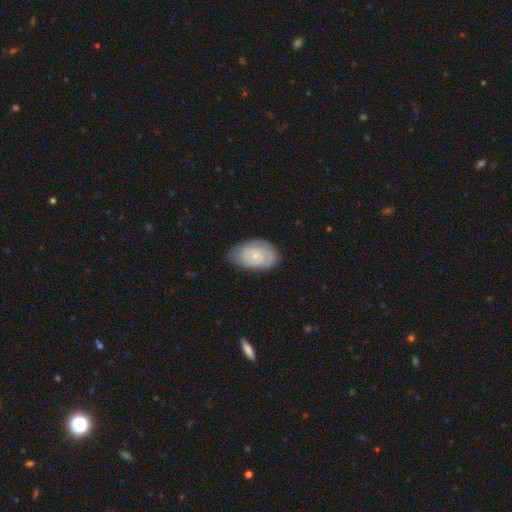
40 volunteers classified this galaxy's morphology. type=featured or disk (85%); edge-on=no (100%); bar=no (82%); spiral arms=yes (97%); winding=tight (79%); arm count=3 (52%); bulge=small (79%); merging=none (59%).